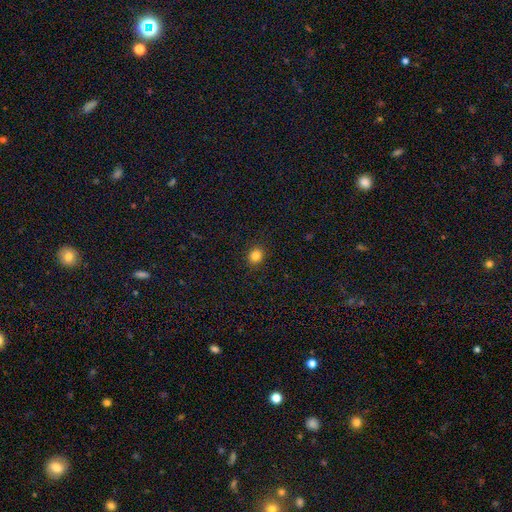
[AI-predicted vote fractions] Q: Smooth or featured?
A: smooth (84%); runner-up: star or artifact (12%)
Q: How rounded?
A: round (64%); runner-up: in between (35%)
Q: Merging?
A: none (90%); runner-up: minor disturbance (7%)